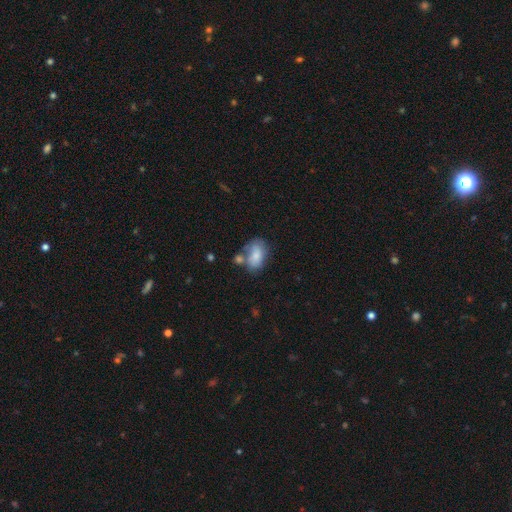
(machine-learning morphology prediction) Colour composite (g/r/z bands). It shows a smooth galaxy with no disk features (71%) that is in between round and cigar-shaped (87%). Merging: none (40%).